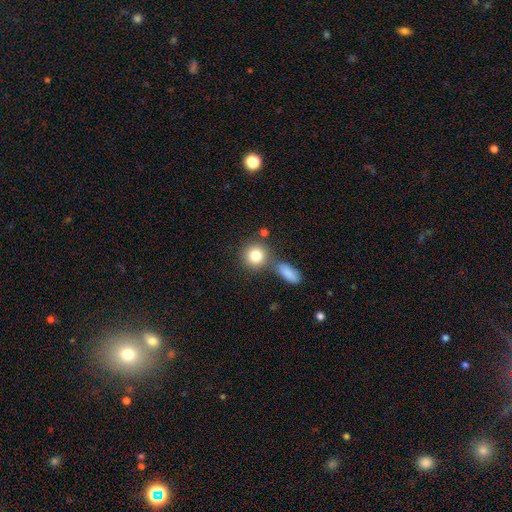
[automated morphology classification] Q: Smooth or featured?
A: smooth (82%); runner-up: featured or disk (9%)
Q: How rounded?
A: round (86%); runner-up: in between (13%)
Q: Merging?
A: none (67%); runner-up: merger (19%)